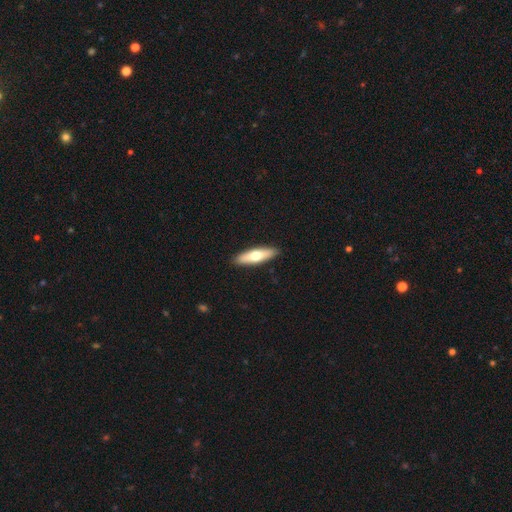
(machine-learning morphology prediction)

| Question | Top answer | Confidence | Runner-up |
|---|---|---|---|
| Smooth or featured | smooth | 59% | featured or disk (36%) |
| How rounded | cigar-shaped | 62% | in between (36%) |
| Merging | none | 91% | minor disturbance (7%) |